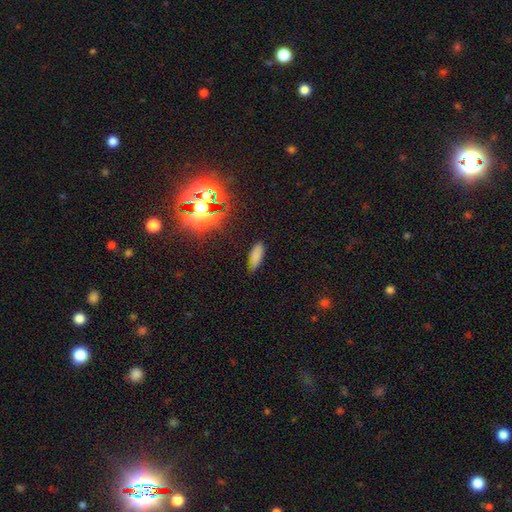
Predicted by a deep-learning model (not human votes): Smooth or featured? smooth (76%)
How rounded? in between (66%)
Merging? none (77%)